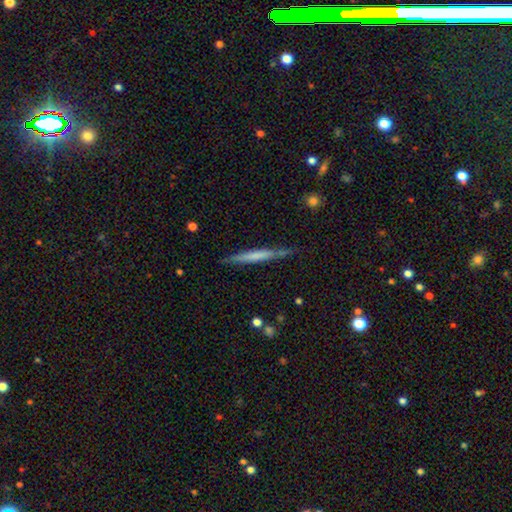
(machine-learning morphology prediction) This appears to be a smooth galaxy with no disk features (53%) that is cigar-shaped (95%). Merging: none (77%).